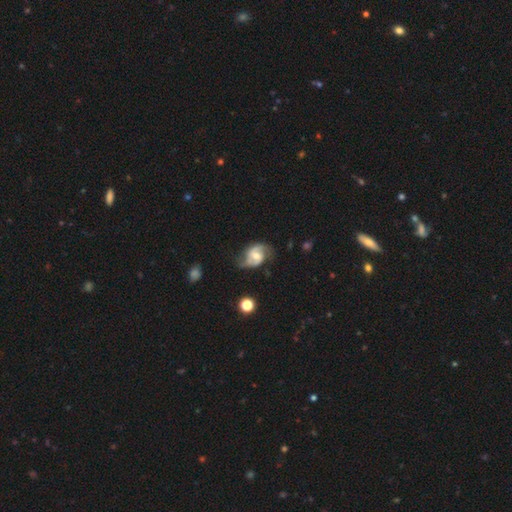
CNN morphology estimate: Smooth or featured: featured or disk — 82% (smooth — 12%)
Edge-on disk: no — 97% (yes — 3%)
Bar: weak — 46% (no — 39%)
Spiral arms: yes — 95% (no — 5%)
Spiral winding: medium — 45% (loose — 41%)
Spiral arm count: 2 — 91% (can't tell — 4%)
Bulge size: moderate — 61% (small — 31%)
Merging: none — 68% (minor disturbance — 22%)